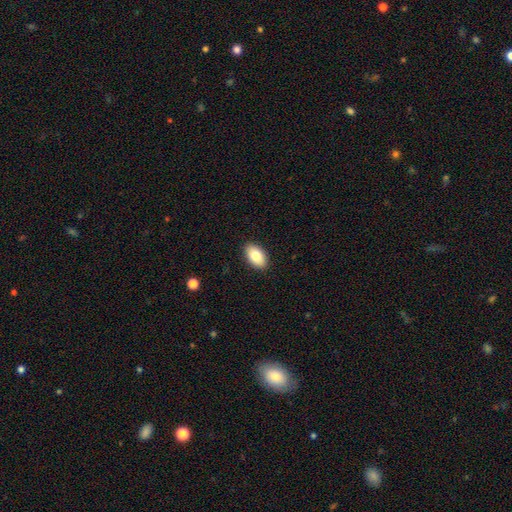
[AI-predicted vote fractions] Overall: smooth (82%). How rounded: in between (94%). Merging: none (90%).